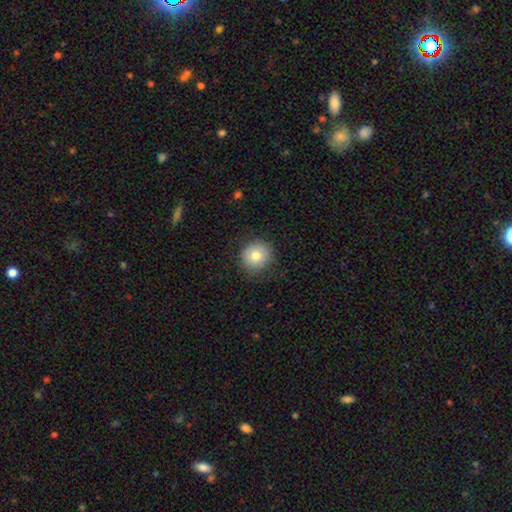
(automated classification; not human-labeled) Morphology: type=smooth (78%); roundness=round (91%); merging=none (85%).